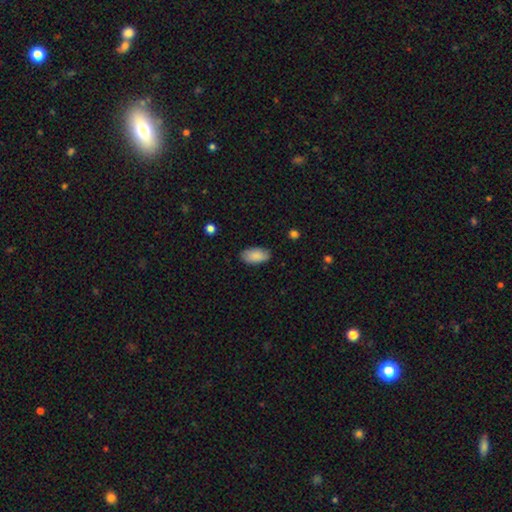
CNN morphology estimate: A smooth galaxy with no disk features (87%) that is in between round and cigar-shaped (94%).

Vote fractions:
- Smooth or featured? smooth: 87% / featured or disk: 7% / star or artifact: 6%
- How rounded? in between: 94% / round: 3% / cigar-shaped: 3%
- Merging? none: 82% / minor disturbance: 14% / major disturbance: 3% / merger: 1%